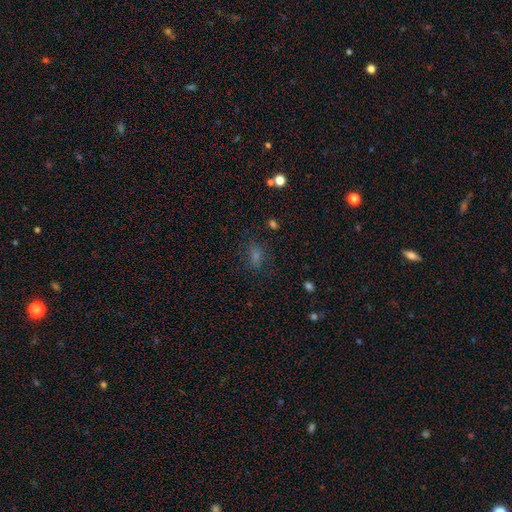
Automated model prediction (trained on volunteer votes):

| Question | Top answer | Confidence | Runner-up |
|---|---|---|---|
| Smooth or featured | smooth | 49% | star or artifact (37%) |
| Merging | none | 77% | minor disturbance (14%) |